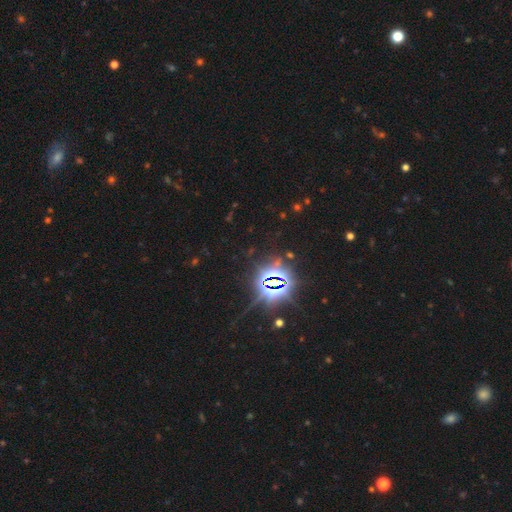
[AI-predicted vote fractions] Overall: star or artifact (85%).